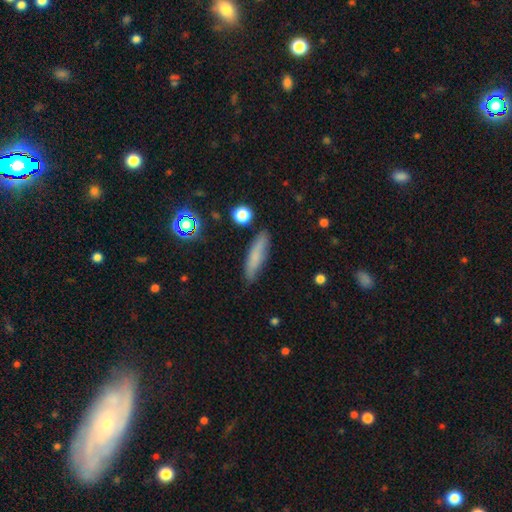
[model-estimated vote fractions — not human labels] smooth-or-featured: smooth: 73% | featured or disk: 16% | star or artifact: 11%
  how-rounded: cigar-shaped: 78% | in between: 19% | round: 3%
  merging: none: 84% | minor disturbance: 12% | major disturbance: 3% | merger: 2%